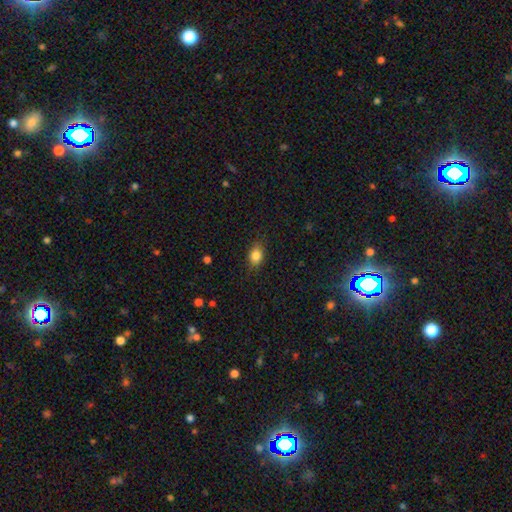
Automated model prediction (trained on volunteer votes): smooth 84%, star or artifact 9%, featured or disk 7%. Down the decision tree: how rounded — in between (71%); merging — none (82%).